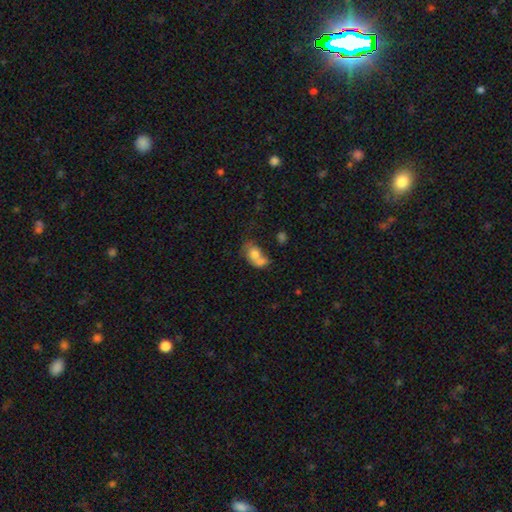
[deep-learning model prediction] This is likely a smooth galaxy (70%). How rounded: likely in between (68%). Merging: likely merger (61%).